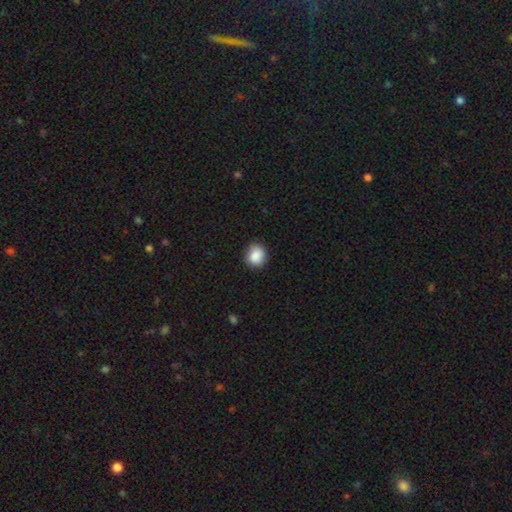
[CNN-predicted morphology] Overall: smooth (88%). How rounded: round (74%). Merging: none (83%).